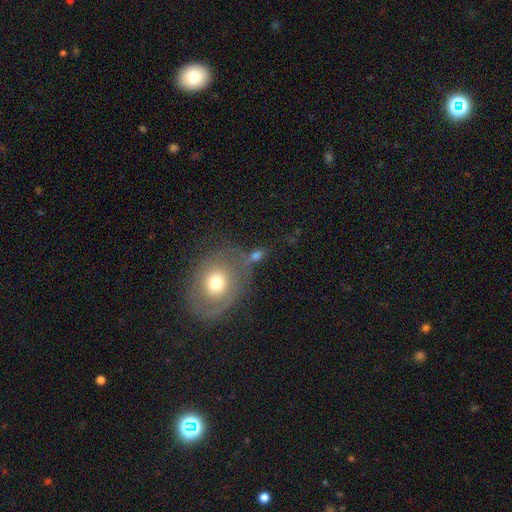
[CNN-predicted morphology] Overall: smooth (45%; featured or disk 39%). Merging: none (55%; merger 17%).